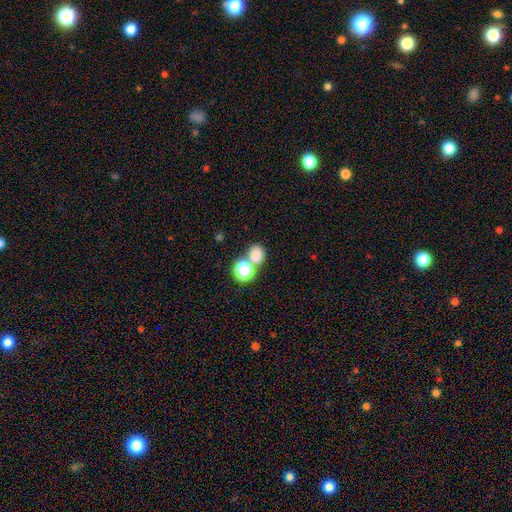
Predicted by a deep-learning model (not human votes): This is likely a smooth galaxy (78%). How rounded: likely round (62%). Merging: possibly none (53%).